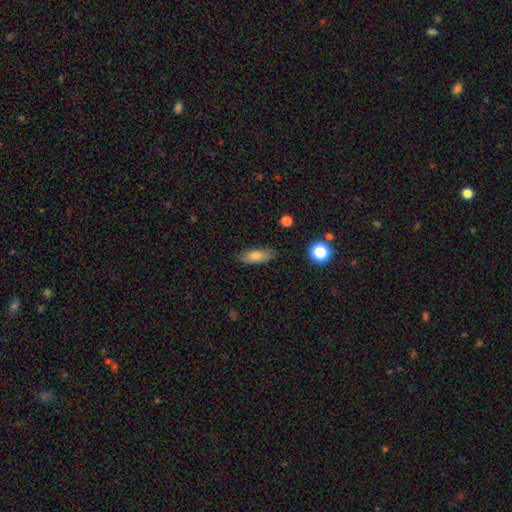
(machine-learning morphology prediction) This is likely a smooth galaxy (79%). How rounded: likely in between (69%). Merging: clearly none (83%).